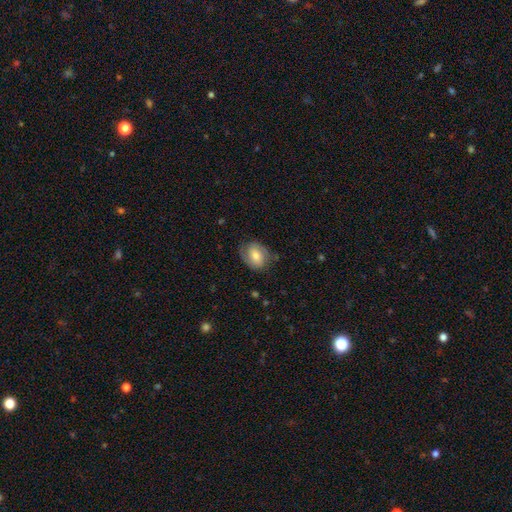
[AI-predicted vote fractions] Smooth or featured: smooth — 53% (featured or disk — 39%)
How rounded: in between — 60% (round — 38%)
Merging: none — 68% (minor disturbance — 22%)